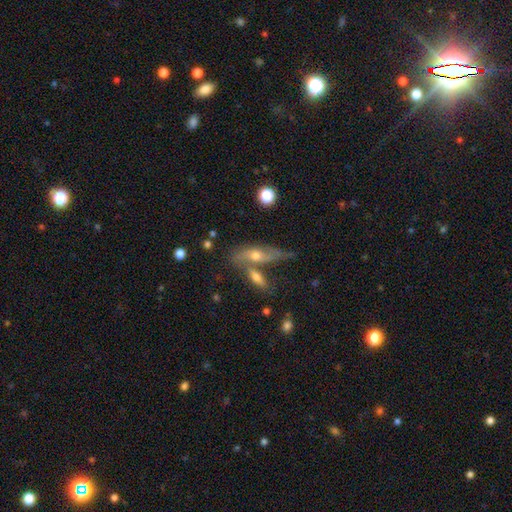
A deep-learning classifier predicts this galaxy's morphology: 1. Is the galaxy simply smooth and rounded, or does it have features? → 54% featured or disk, 36% smooth, 10% star or artifact.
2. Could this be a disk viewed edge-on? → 54% yes, 46% no.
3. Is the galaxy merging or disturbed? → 42% none, 31% merger, 18% minor disturbance, 9% major disturbance.